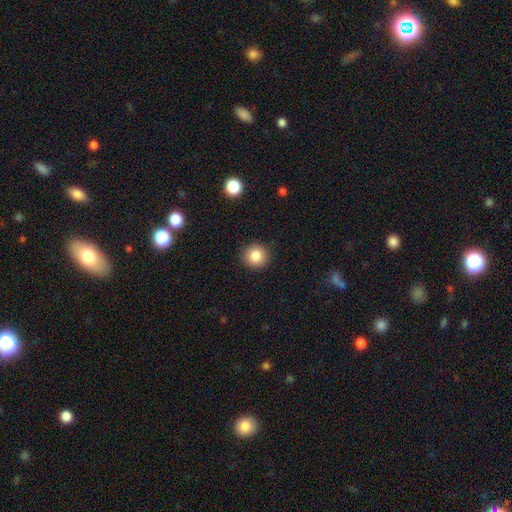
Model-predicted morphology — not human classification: smooth_or_featured: smooth (p=0.84) [alt: star or artifact p=0.10]
how_rounded: round (p=0.92) [alt: in between p=0.07]
merging: none (p=0.91) [alt: minor disturbance p=0.06]